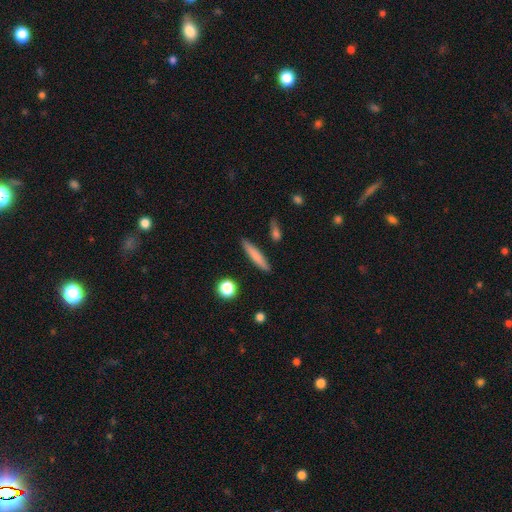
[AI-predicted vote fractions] Smooth or featured? Predicted: smooth (p=0.76). How rounded? Predicted: cigar-shaped (p=0.89). Merging? Predicted: none (p=0.88).